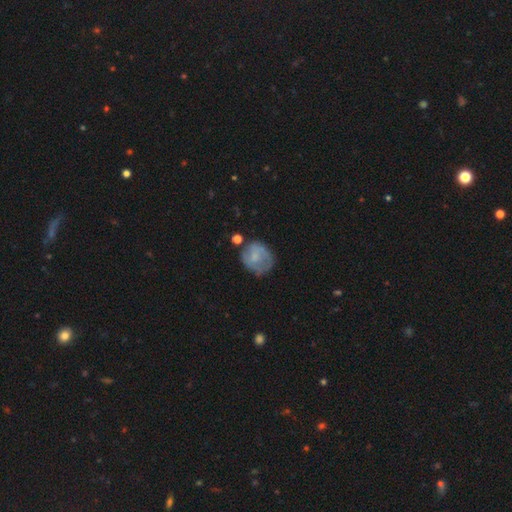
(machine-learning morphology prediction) Smooth or featured? smooth (54%)
How rounded? round (74%)
Merging? none (60%)